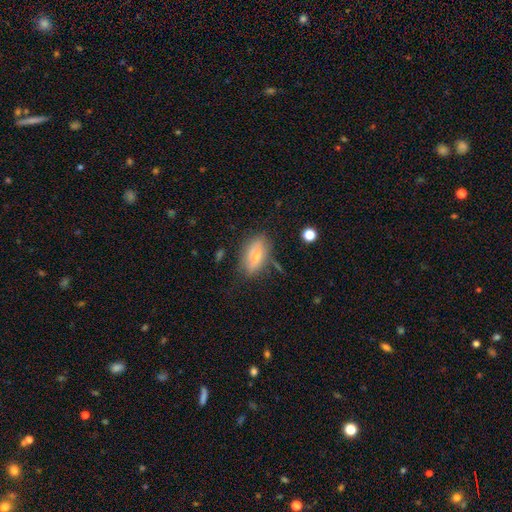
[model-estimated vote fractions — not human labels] Smooth or featured: smooth — 60% (featured or disk — 31%)
How rounded: in between — 86% (cigar-shaped — 8%)
Merging: none — 66% (minor disturbance — 23%)